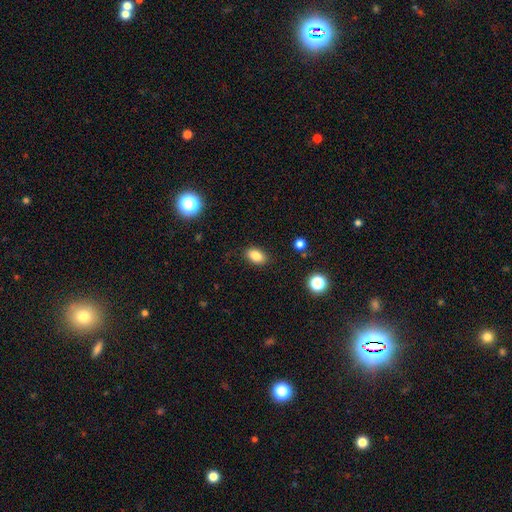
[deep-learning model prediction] This is clearly a smooth galaxy (85%). How rounded: clearly in between (89%). Merging: clearly none (86%).